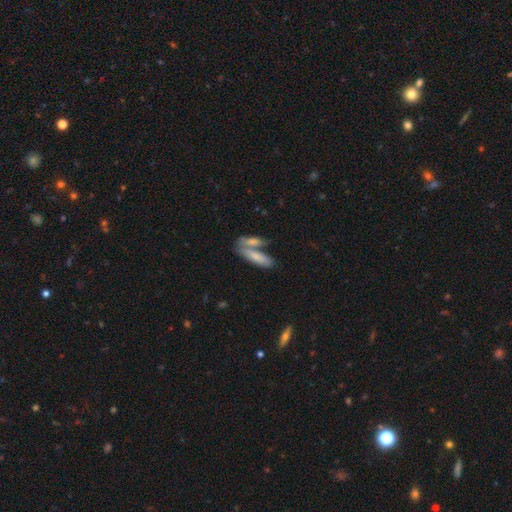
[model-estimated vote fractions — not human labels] This is likely a smooth galaxy (72%). How rounded: possibly cigar-shaped (53%). Merging: possibly merger (50%).